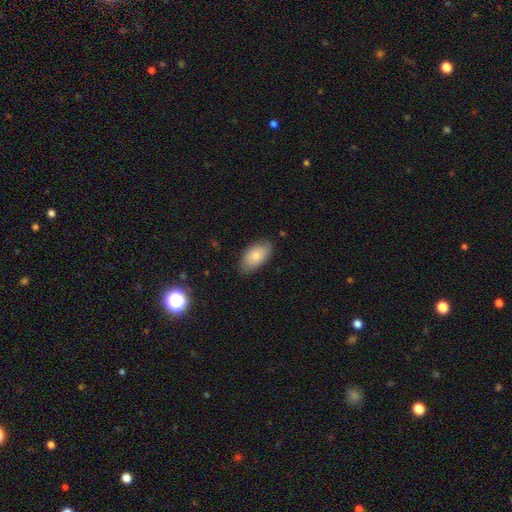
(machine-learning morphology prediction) smooth 79%, featured or disk 14%, star or artifact 7%. Down the decision tree: how rounded — in between (94%); merging — none (79%).